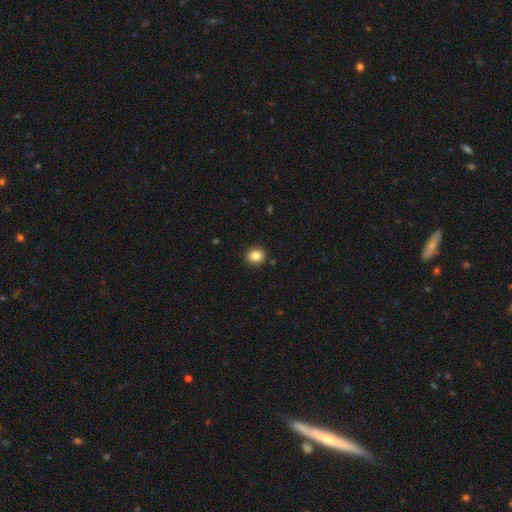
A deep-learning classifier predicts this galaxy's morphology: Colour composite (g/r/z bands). It shows a smooth galaxy with no disk features (85%) that is round (80%). Merging: none (90%).